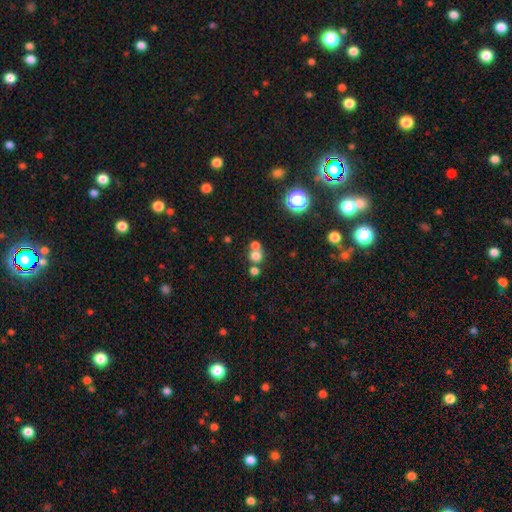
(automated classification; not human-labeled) The model was most divided on "merging": merger: 48%, none: 42%, minor disturbance: 6%, major disturbance: 4%. More confident: how rounded — round (80%); smooth or featured — smooth (70%).